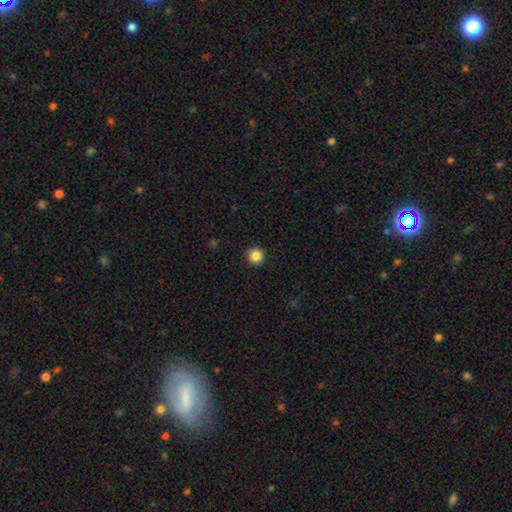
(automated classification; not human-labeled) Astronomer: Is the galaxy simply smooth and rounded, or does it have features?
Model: smooth — 86%.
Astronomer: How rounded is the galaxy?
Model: round — 95%.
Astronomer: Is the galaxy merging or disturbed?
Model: none — 92%.